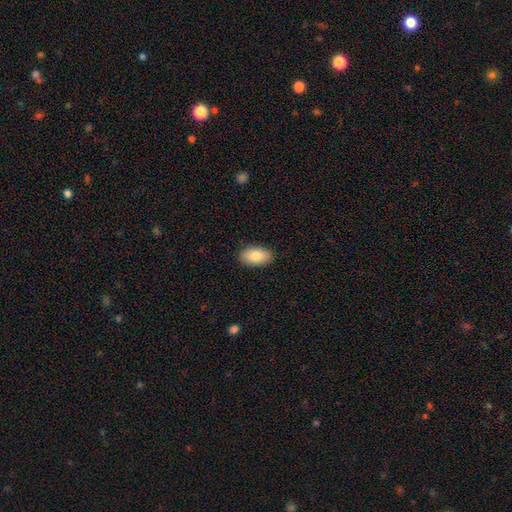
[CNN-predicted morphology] This appears to be a smooth galaxy with no disk features (85%) that is in between round and cigar-shaped (94%). Merging: none (88%).